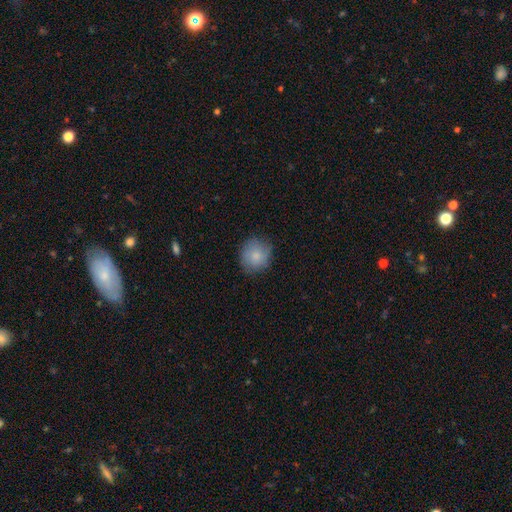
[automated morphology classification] Q: Smooth or featured?
A: smooth (84%); runner-up: featured or disk (9%)
Q: How rounded?
A: round (86%); runner-up: in between (13%)
Q: Merging?
A: none (80%); runner-up: minor disturbance (15%)